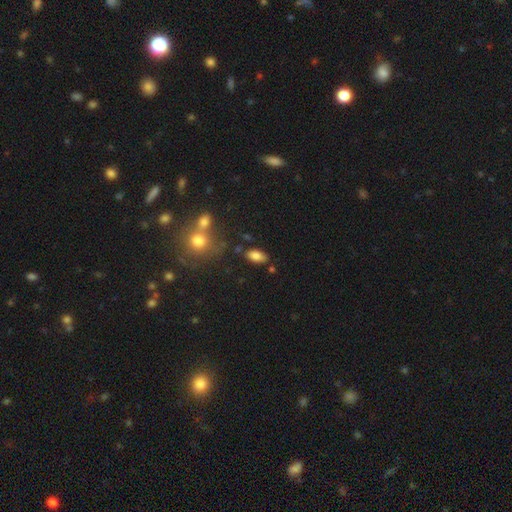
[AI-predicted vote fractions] Smooth or featured? Predicted: smooth (p=0.83). How rounded? Predicted: in between (p=0.91). Merging? Predicted: none (p=0.79).